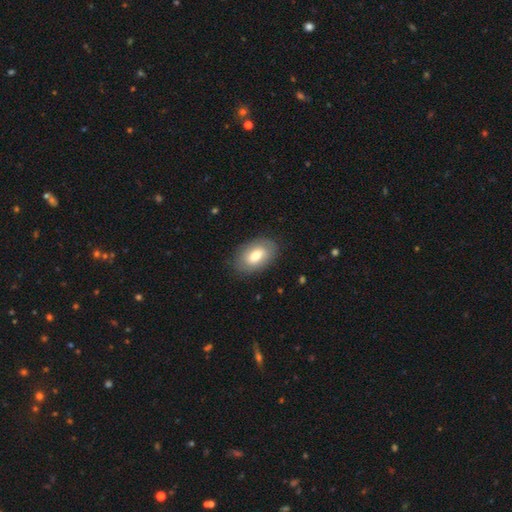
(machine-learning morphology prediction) smooth 67%, featured or disk 26%, star or artifact 6%. Down the decision tree: how rounded — in between (92%); merging — none (83%).